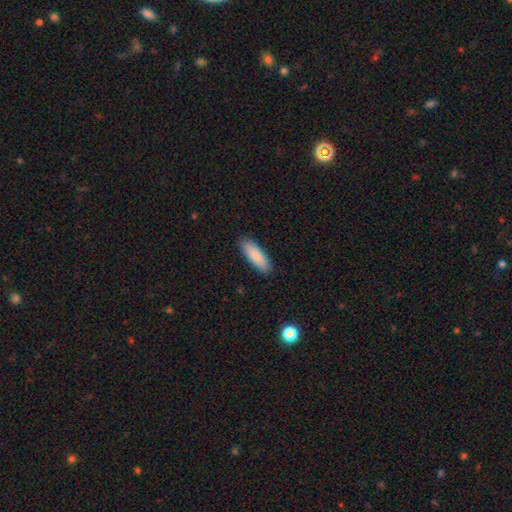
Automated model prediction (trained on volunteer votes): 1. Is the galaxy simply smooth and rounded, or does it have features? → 86% smooth, 9% featured or disk, 6% star or artifact.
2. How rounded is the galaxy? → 56% in between, 42% cigar-shaped, 2% round.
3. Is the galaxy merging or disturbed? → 89% none, 8% minor disturbance, 2% major disturbance, 1% merger.